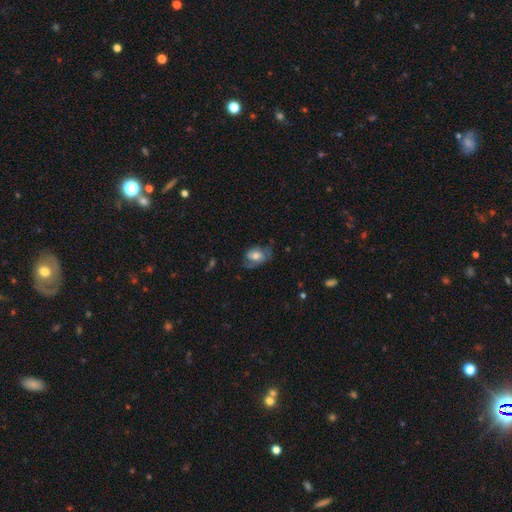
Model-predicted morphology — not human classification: smooth-or-featured: smooth: 52% | featured or disk: 40% | star or artifact: 8%
  how-rounded: in between: 75% | round: 23% | cigar-shaped: 1%
  merging: none: 48% | minor disturbance: 28% | major disturbance: 22% | merger: 2%